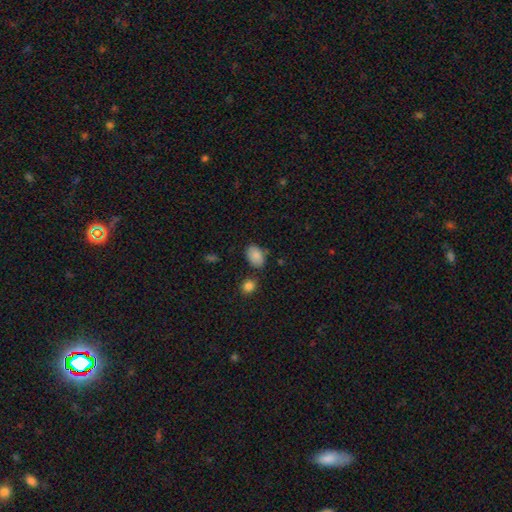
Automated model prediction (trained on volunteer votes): This appears to be a smooth galaxy with no disk features (86%) that is in between round and cigar-shaped (86%). Merging: none (73%).